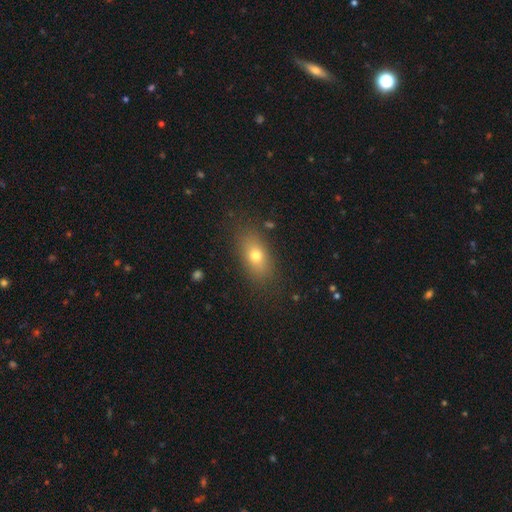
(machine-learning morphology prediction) smooth-or-featured: smooth: 73% | featured or disk: 16% | star or artifact: 11%
  how-rounded: in between: 81% | round: 12% | cigar-shaped: 7%
  merging: none: 83% | minor disturbance: 11% | major disturbance: 4% | merger: 2%